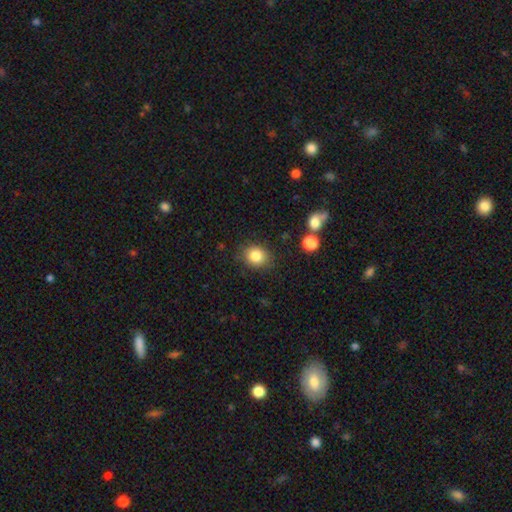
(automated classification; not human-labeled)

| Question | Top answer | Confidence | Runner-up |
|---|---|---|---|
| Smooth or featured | smooth | 83% | star or artifact (11%) |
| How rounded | round | 66% | in between (33%) |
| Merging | none | 85% | minor disturbance (10%) |